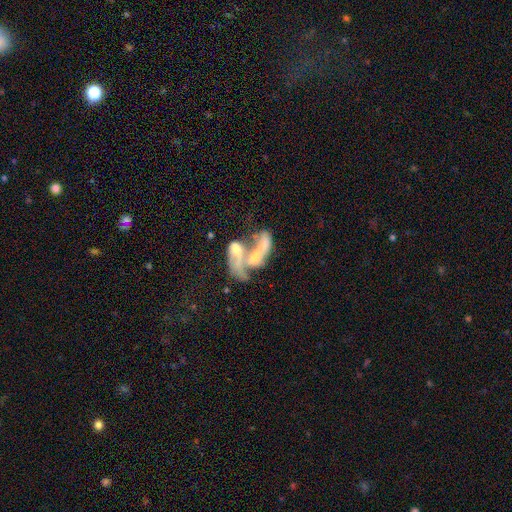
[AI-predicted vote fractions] Overall: featured or disk (60%; smooth 30%). Edge-on disk: no (94%). Bar: no (66%). Spiral arms: no (56%; yes 44%). Bulge size: none (37%; moderate 28%). Merging: merger (72%).